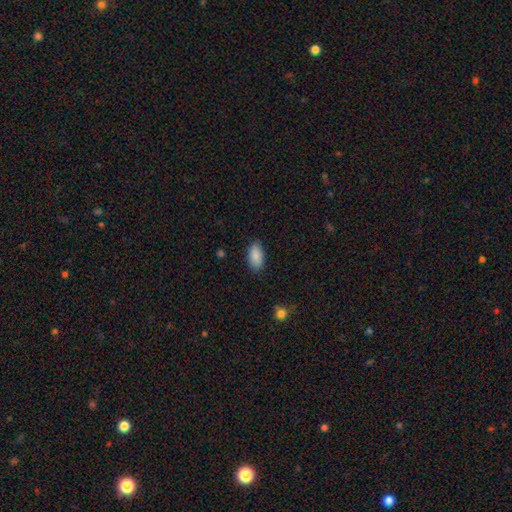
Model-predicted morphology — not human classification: smooth 89%, star or artifact 7%, featured or disk 4%. Down the decision tree: how rounded — in between (93%); merging — none (84%).